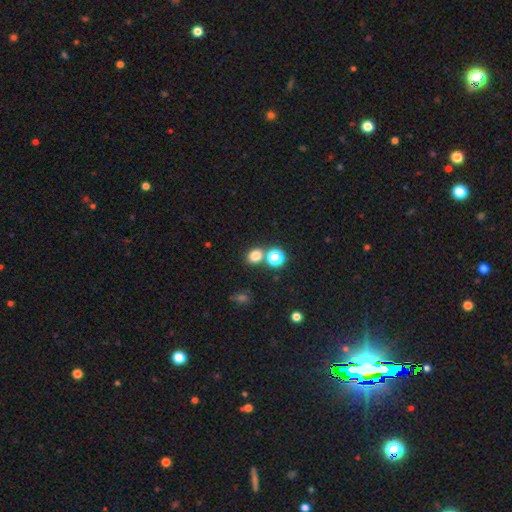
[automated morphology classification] type=smooth (76%); roundness=round (59%); merging=none (67%).